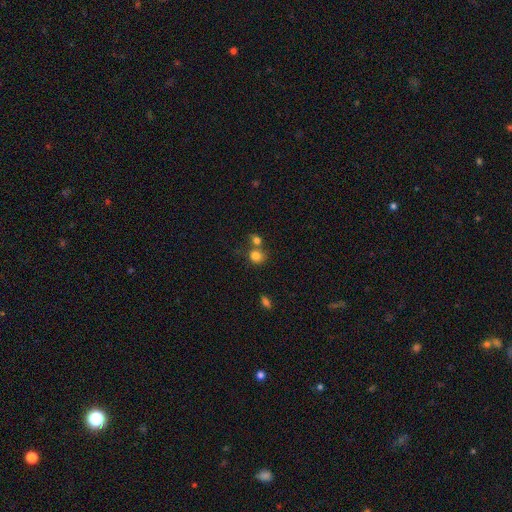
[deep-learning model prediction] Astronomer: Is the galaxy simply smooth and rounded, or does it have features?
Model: smooth — 81%.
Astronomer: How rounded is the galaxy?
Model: round — 78%.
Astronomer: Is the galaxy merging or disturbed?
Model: none — 52% (runner-up: merger, 33%).